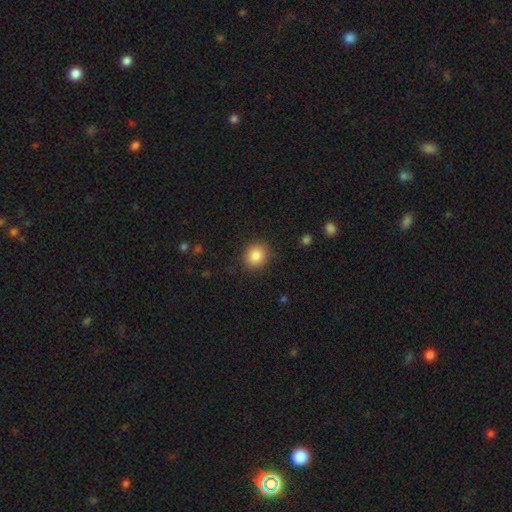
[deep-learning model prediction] smooth_or_featured: smooth (p=0.85) [alt: star or artifact p=0.09]
how_rounded: round (p=0.80) [alt: in between p=0.19]
merging: none (p=0.88) [alt: minor disturbance p=0.08]